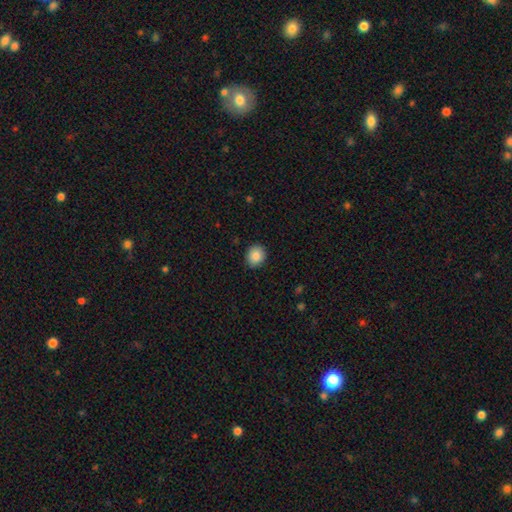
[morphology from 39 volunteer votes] Q: Smooth or featured?
A: smooth (92%); runner-up: star or artifact (5%)
Q: How rounded?
A: round (72%); runner-up: in between (28%)
Q: Merging?
A: none (81%); runner-up: minor disturbance (16%)